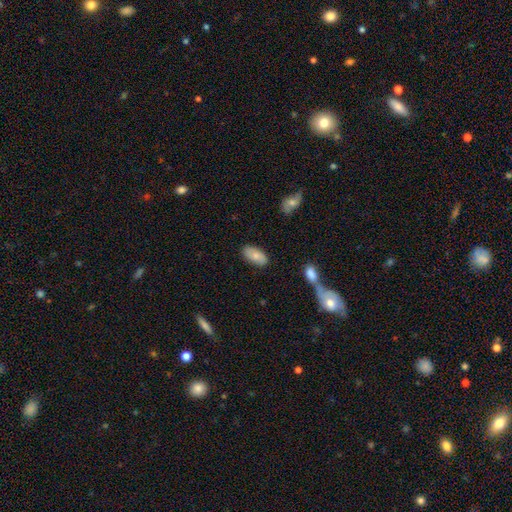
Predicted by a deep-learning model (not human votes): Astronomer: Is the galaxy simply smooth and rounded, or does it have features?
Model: smooth — 78%.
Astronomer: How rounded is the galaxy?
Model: in between — 93%.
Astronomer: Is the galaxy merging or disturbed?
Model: none — 83%.